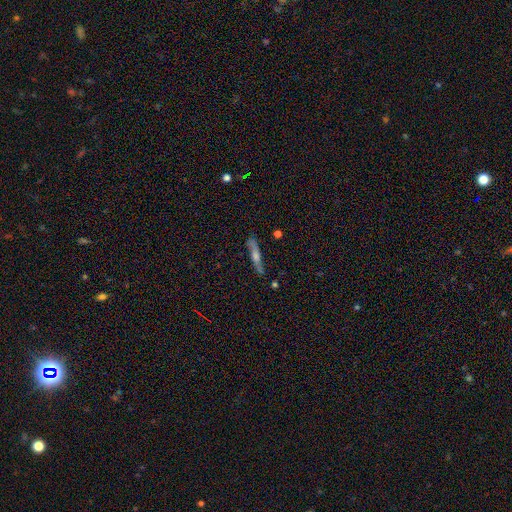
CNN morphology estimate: type=featured or disk (62%); edge-on=yes (87%); edge-on bulge=rounded (80%); merging=none (79%).